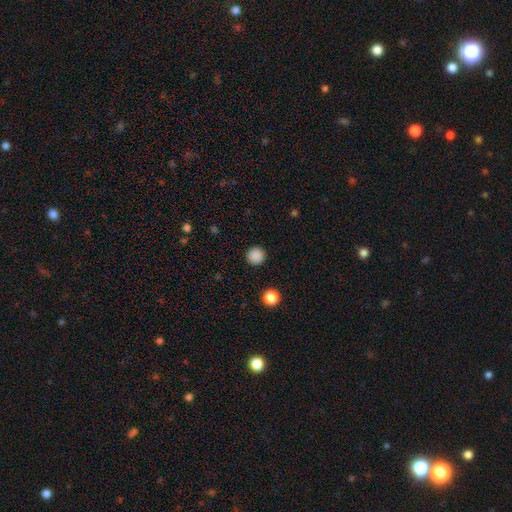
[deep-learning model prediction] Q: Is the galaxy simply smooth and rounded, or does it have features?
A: smooth — 87%.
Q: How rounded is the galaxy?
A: round — 96%.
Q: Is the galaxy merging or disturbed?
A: none — 92%.